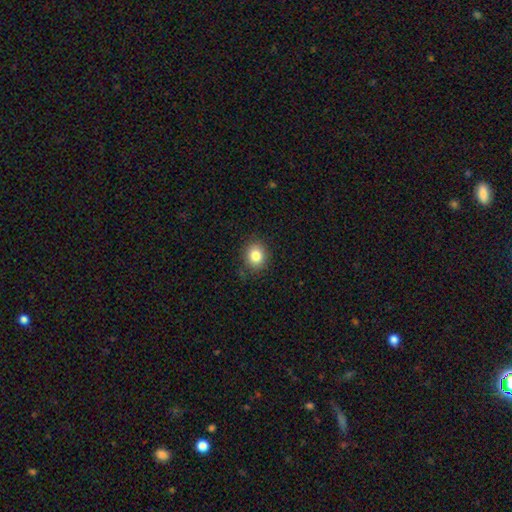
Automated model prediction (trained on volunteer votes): A smooth galaxy with no disk features (82%) that is round (67%).

Vote fractions:
- Smooth or featured? smooth: 82% / star or artifact: 10% / featured or disk: 7%
- How rounded? round: 67% / in between: 32% / cigar-shaped: 1%
- Merging? none: 86% / minor disturbance: 10% / major disturbance: 3% / merger: 1%